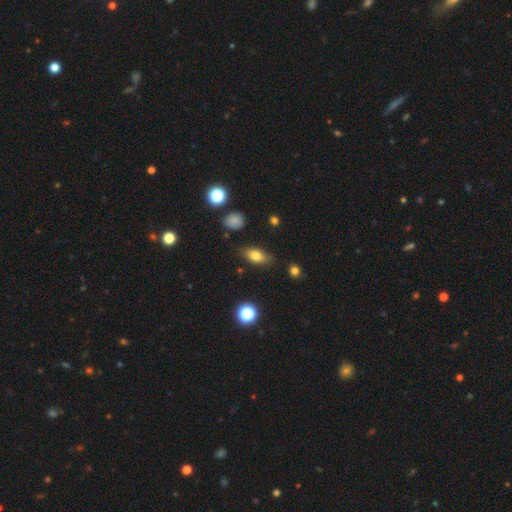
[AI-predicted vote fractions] This appears to be a smooth galaxy with no disk features (74%) that is in between round and cigar-shaped (82%). Merging: none (78%).